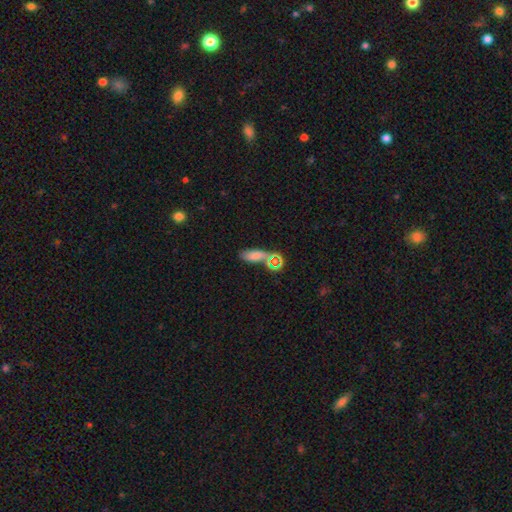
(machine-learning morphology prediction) Smooth or featured: smooth — 65% (star or artifact — 22%)
How rounded: in between — 63% (cigar-shaped — 27%)
Merging: none — 55% (merger — 20%)